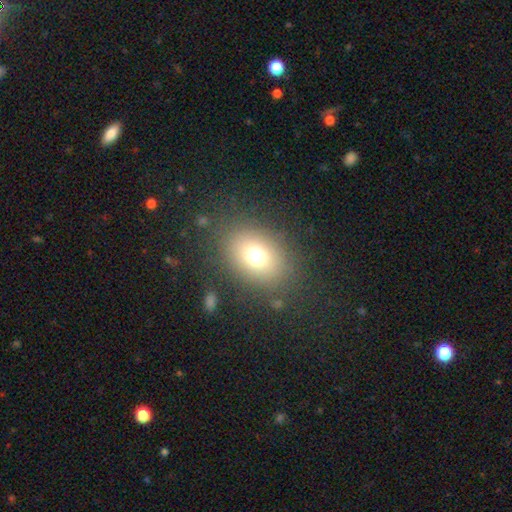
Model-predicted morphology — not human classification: Smooth or featured?
  - smooth: 72% *
  - star or artifact: 16%
  - featured or disk: 12%
How rounded?
  - in between: 57% *
  - round: 42%
  - cigar-shaped: 1%
Merging?
  - none: 82% *
  - minor disturbance: 10%
  - major disturbance: 6%
  - merger: 2%